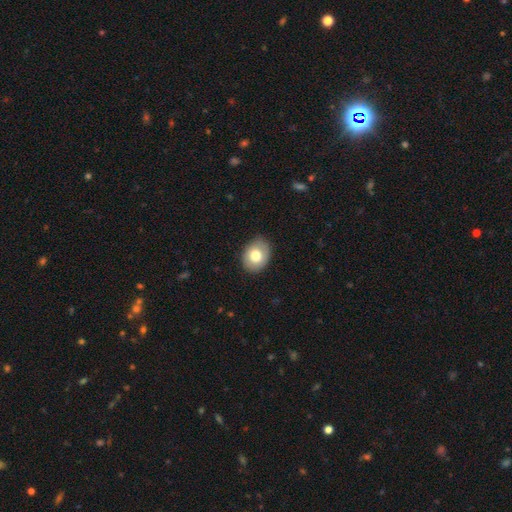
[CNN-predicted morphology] The model was most divided on "how rounded": in between: 57%, round: 42%, cigar-shaped: 1%. More confident: merging — none (85%); smooth or featured — smooth (74%).